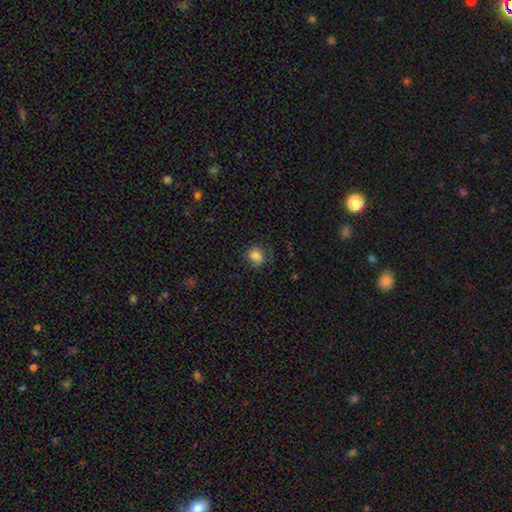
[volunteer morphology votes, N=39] Q: Smooth or featured?
A: smooth (87%); runner-up: featured or disk (8%)
Q: How rounded?
A: round (65%); runner-up: in between (35%)
Q: Merging?
A: none (62%); runner-up: minor disturbance (30%)